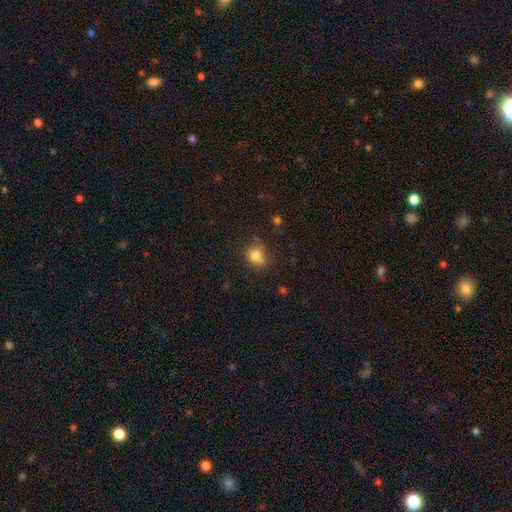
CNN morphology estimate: A smooth galaxy with no disk features (80%) that is round (62%). Merging: none (63%).